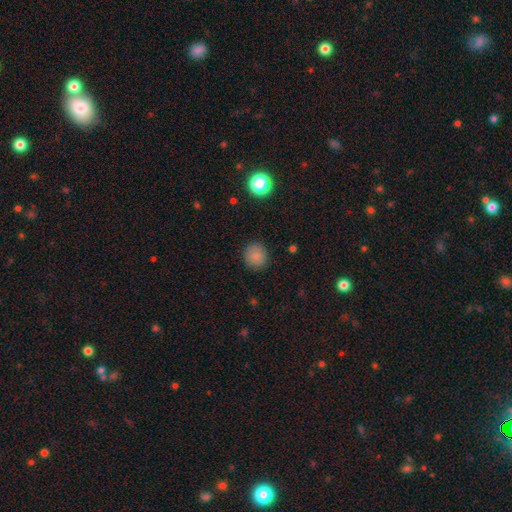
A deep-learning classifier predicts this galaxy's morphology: smooth-or-featured: smooth: 85% | star or artifact: 11% | featured or disk: 4%
  how-rounded: round: 90% | in between: 9% | cigar-shaped: 1%
  merging: none: 88% | minor disturbance: 8% | major disturbance: 2% | merger: 1%